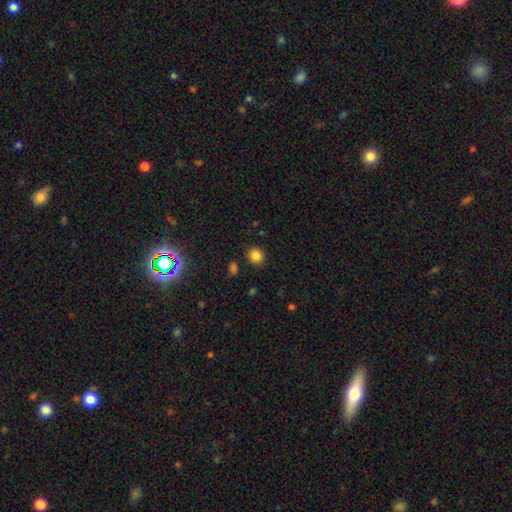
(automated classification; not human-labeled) Morphology: type=smooth (84%); roundness=round (88%); merging=none (88%).